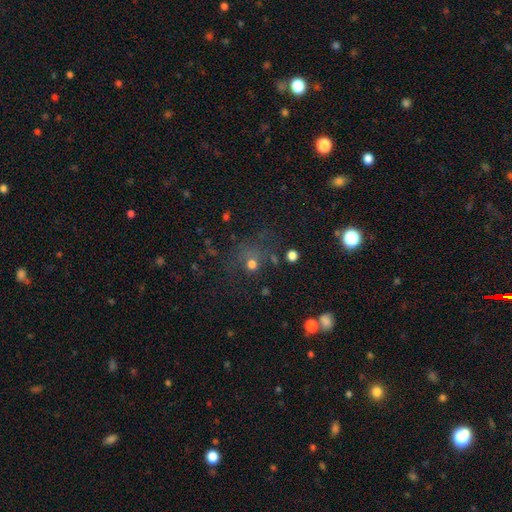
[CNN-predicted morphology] Smooth or featured? star or artifact (46%)